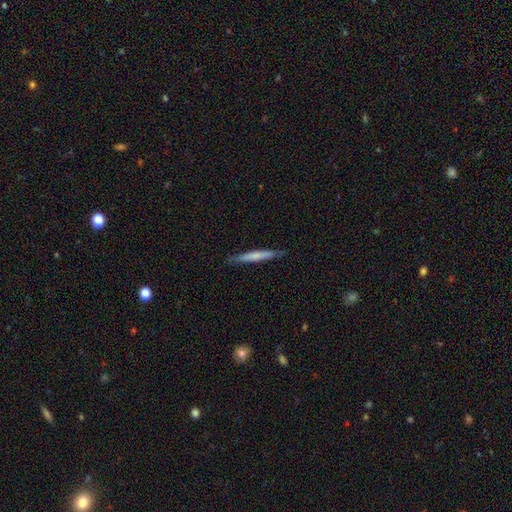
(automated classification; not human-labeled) Morphology: type=smooth (62%); roundness=cigar-shaped (96%); merging=none (87%).